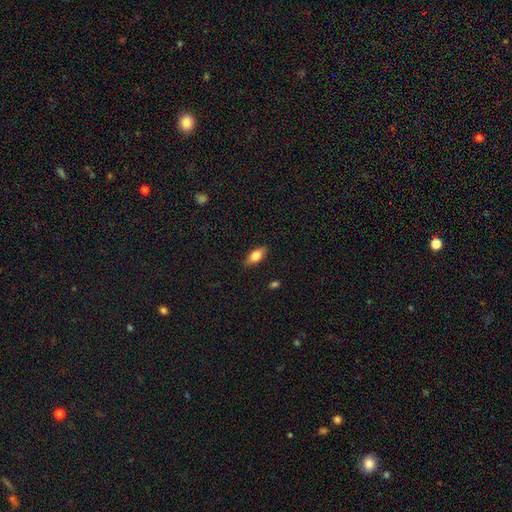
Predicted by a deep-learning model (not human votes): smooth-or-featured: smooth: 71% | featured or disk: 22% | star or artifact: 7%
  how-rounded: in between: 82% | cigar-shaped: 14% | round: 4%
  merging: none: 87% | minor disturbance: 9% | major disturbance: 2% | merger: 1%